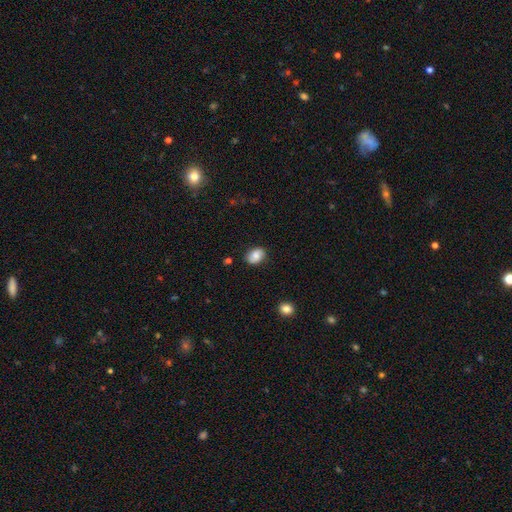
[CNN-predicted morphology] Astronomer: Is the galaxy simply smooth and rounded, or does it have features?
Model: smooth — 81%.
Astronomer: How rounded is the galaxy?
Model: in between — 76%.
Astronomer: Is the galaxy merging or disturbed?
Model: none — 84%.